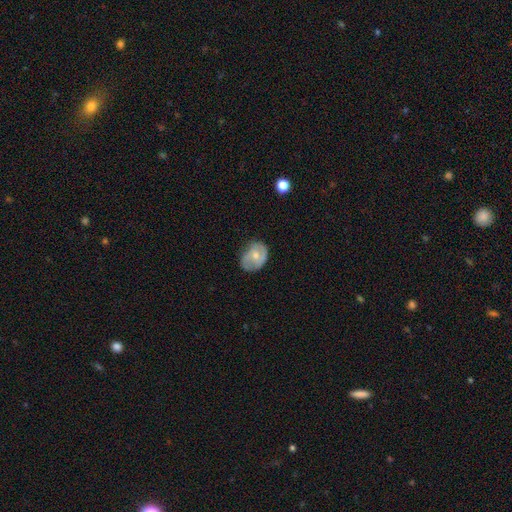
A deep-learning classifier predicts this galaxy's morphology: Smooth or featured: smooth — 47% (featured or disk — 46%)
Merging: none — 61% (minor disturbance — 28%)